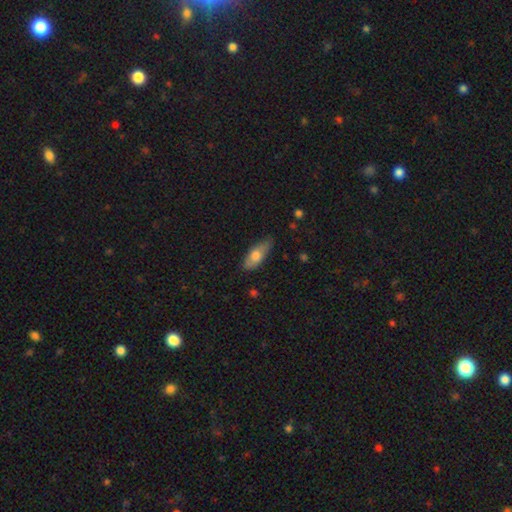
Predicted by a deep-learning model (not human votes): A smooth galaxy with no disk features (67%) that is in between round and cigar-shaped (75%). Merging: none (68%).